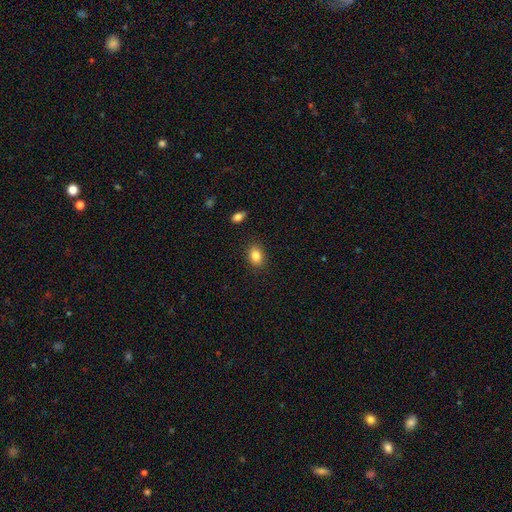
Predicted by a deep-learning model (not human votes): The model was most divided on "how rounded": in between: 67%, round: 32%, cigar-shaped: 1%. More confident: merging — none (88%); smooth or featured — smooth (84%).